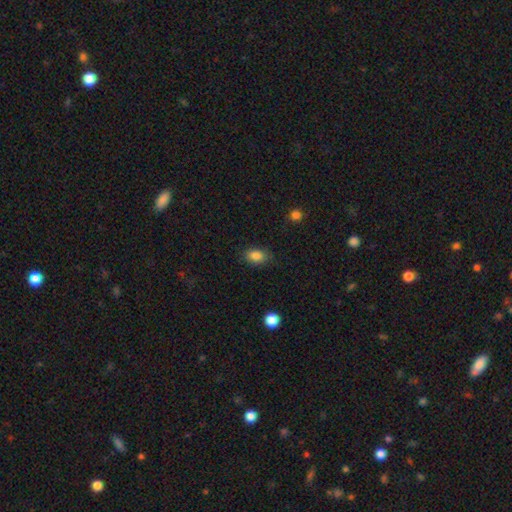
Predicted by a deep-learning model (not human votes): A smooth galaxy with no disk features (85%) that is in between round and cigar-shaped (83%).

Vote fractions:
- Smooth or featured? smooth: 85% / star or artifact: 9% / featured or disk: 6%
- How rounded? in between: 83% / round: 15% / cigar-shaped: 2%
- Merging? none: 83% / minor disturbance: 13% / major disturbance: 3% / merger: 1%